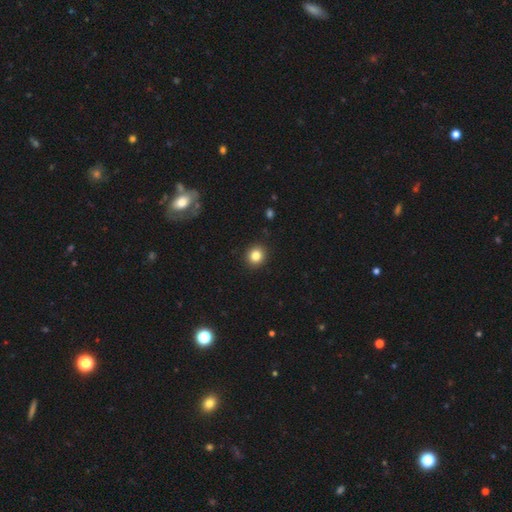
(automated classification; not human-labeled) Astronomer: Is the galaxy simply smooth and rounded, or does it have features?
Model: smooth — 83%.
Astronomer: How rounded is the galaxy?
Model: round — 87%.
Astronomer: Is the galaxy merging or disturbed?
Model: none — 92%.